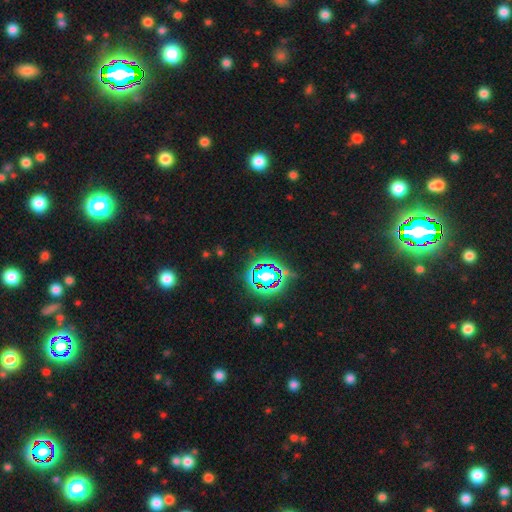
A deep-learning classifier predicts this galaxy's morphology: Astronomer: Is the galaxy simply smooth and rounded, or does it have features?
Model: star or artifact — 78%.